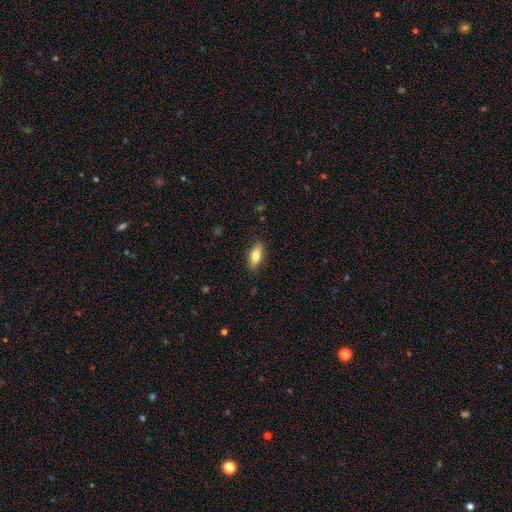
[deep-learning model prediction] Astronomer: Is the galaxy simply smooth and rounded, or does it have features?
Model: smooth — 75%.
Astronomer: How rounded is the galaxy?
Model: in between — 73%.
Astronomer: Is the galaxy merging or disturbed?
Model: none — 87%.